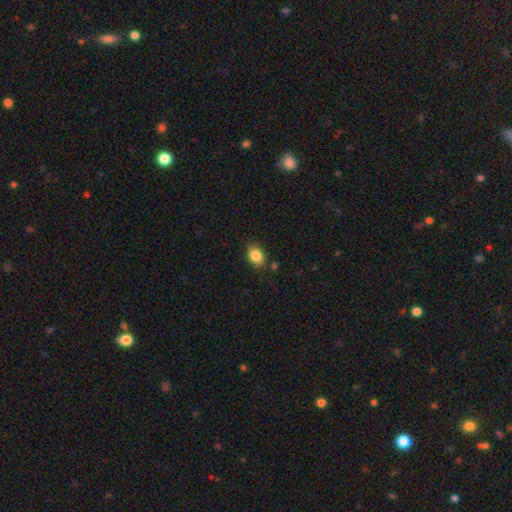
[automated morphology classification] Smooth or featured? smooth (85%)
How rounded? in between (70%)
Merging? none (84%)